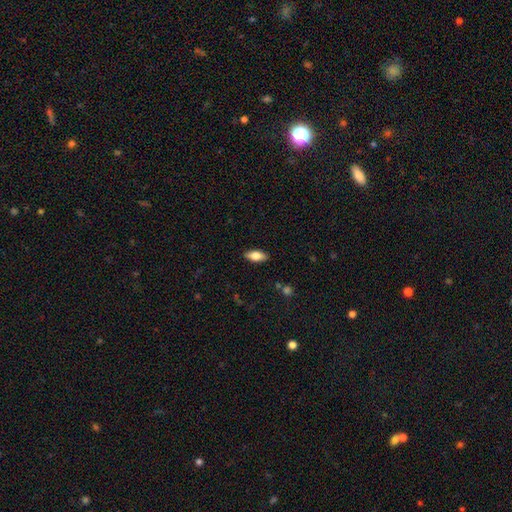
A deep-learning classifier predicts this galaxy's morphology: Overall: smooth (76%). How rounded: in between (85%). Merging: none (88%).